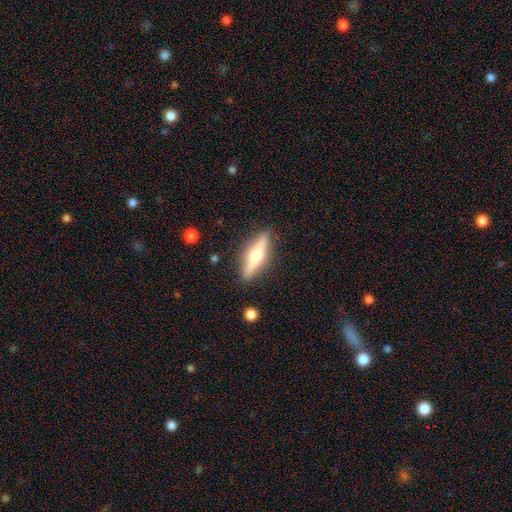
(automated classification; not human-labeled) Q: Smooth or featured?
A: featured or disk (58%); runner-up: smooth (36%)
Q: Edge-on disk?
A: yes (95%); runner-up: no (5%)
Q: Edge-on bulge?
A: rounded (90%); runner-up: boxy (6%)
Q: Merging?
A: none (88%); runner-up: minor disturbance (8%)